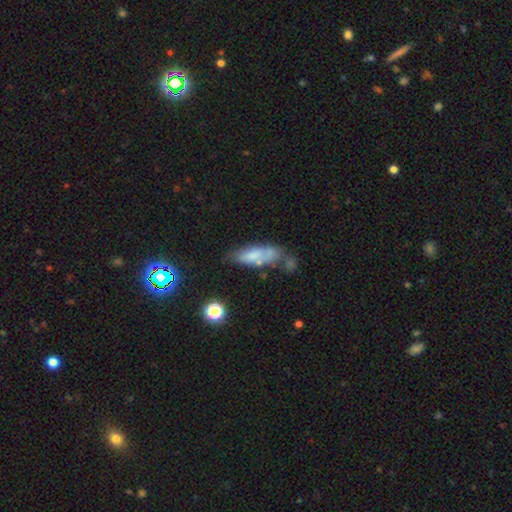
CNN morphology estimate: type=smooth (62%); roundness=in between (59%); merging=none (40%).